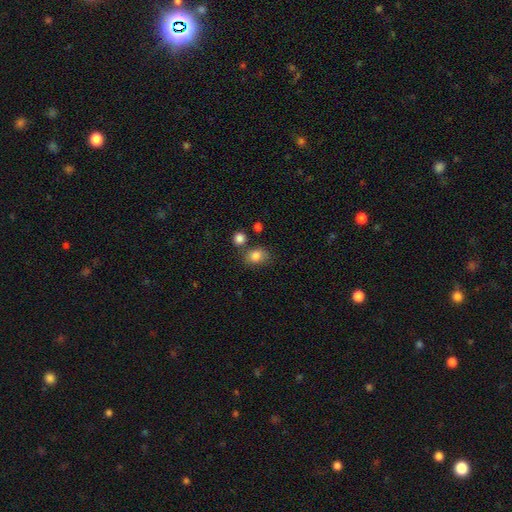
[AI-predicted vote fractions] Smooth or featured? smooth (83%)
How rounded? in between (59%)
Merging? none (67%)